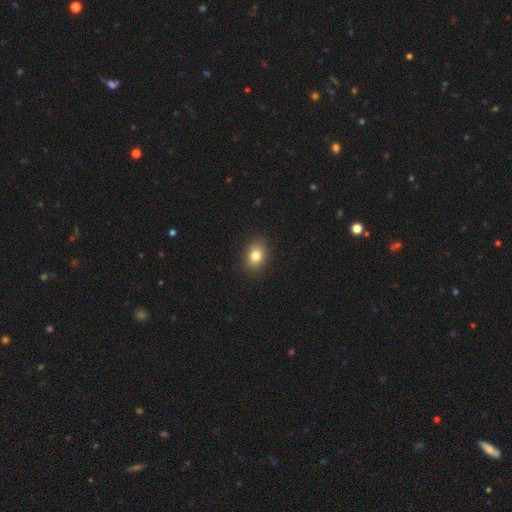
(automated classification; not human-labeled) smooth_or_featured: smooth (p=0.81) [alt: star or artifact p=0.10]
how_rounded: in between (p=0.67) [alt: round p=0.32]
merging: none (p=0.90) [alt: minor disturbance p=0.07]